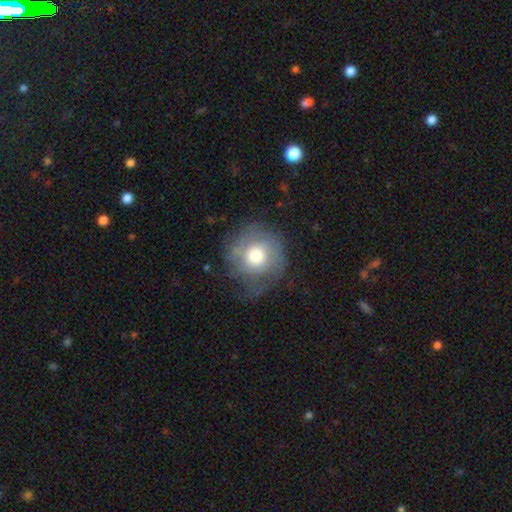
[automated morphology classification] This is possibly a smooth galaxy (49%). Merging: possibly none (59%).